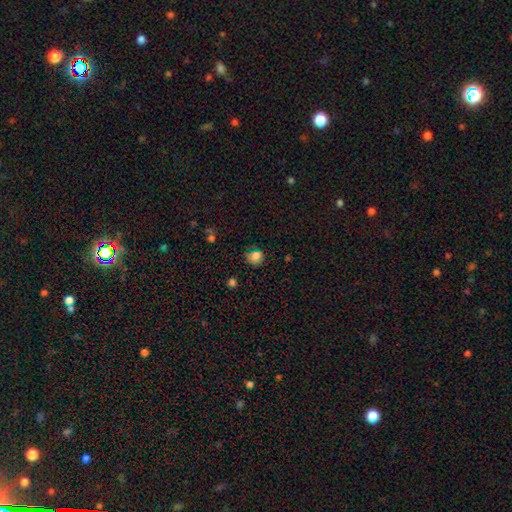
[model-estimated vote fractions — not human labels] Smooth or featured?
  - smooth: 79% *
  - star or artifact: 14%
  - featured or disk: 7%
How rounded?
  - round: 75% *
  - in between: 24%
  - cigar-shaped: 1%
Merging?
  - none: 69% *
  - minor disturbance: 22%
  - major disturbance: 6%
  - merger: 3%